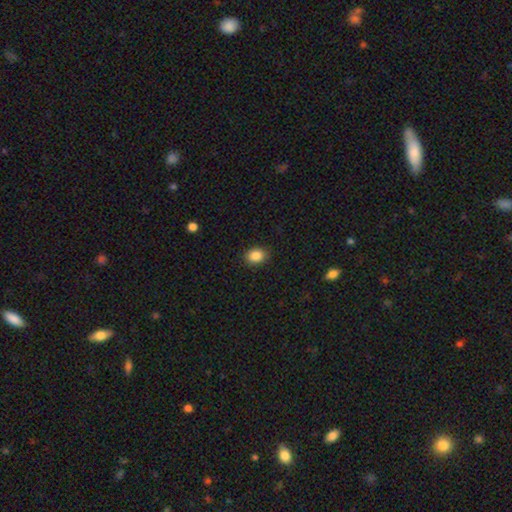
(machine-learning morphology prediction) This is clearly a smooth galaxy (87%). How rounded: possibly in between (54%). Merging: clearly none (88%).